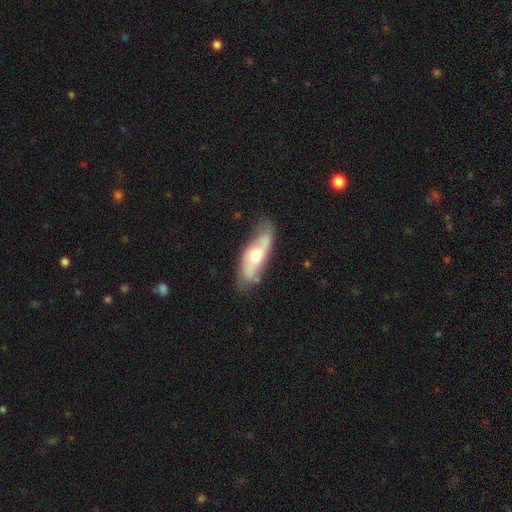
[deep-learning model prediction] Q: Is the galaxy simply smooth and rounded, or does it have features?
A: featured or disk — 53%.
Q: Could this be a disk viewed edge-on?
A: no — 74%.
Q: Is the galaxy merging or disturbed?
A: none — 59%.